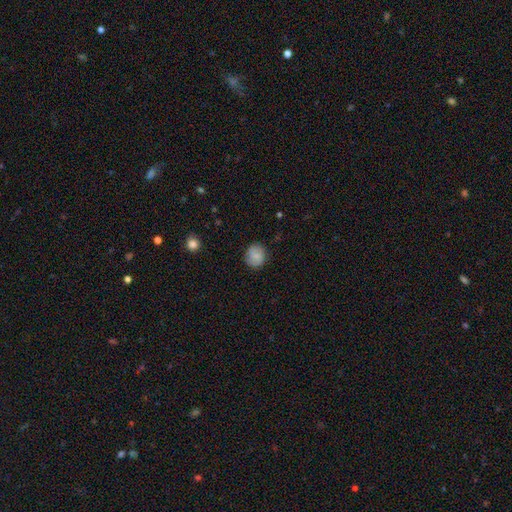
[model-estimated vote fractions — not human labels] Smooth or featured? smooth (71%)
How rounded? round (81%)
Merging? none (84%)